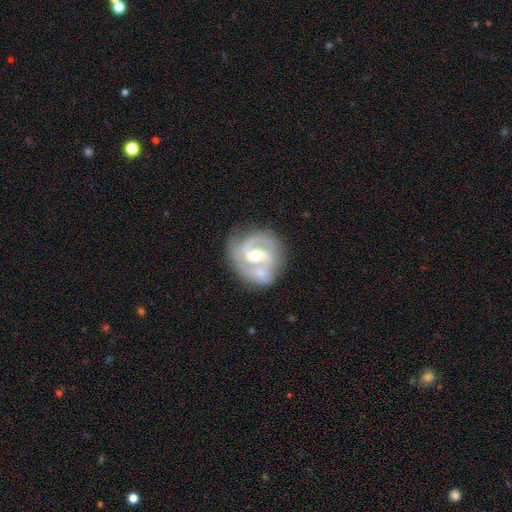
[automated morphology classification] Overall: featured or disk (87%). Edge-on disk: no (97%). Bar: weak (46%; strong 33%). Spiral arms: yes (95%). Spiral arm count: 2 (83%). Spiral winding: medium (52%; tight 35%). Bulge size: moderate (68%). Merging: none (63%).